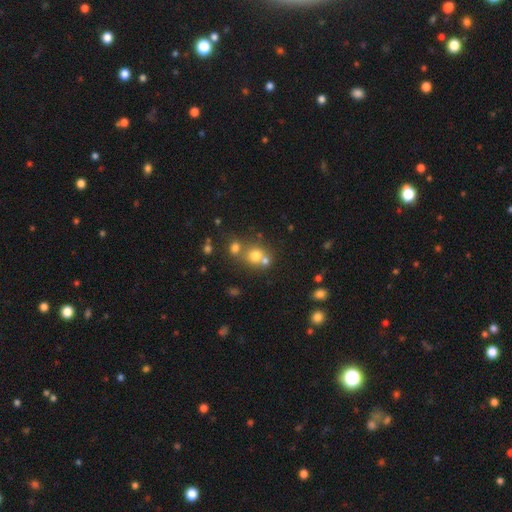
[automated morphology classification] A smooth galaxy with no disk features (69%) that is round (81%). Merging: none (49%).